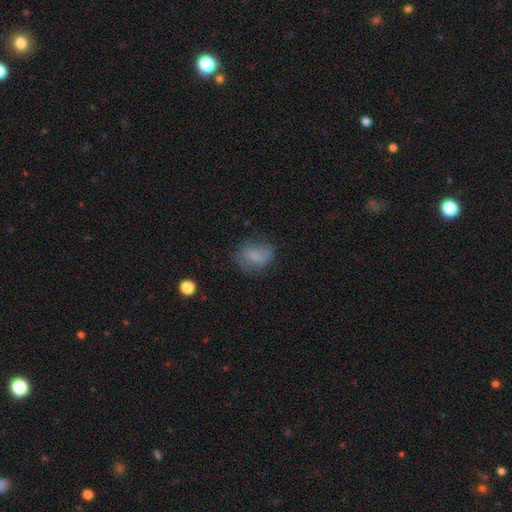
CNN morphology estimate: Overall: smooth (72%). How rounded: in between (63%; round 34%). Merging: none (63%).